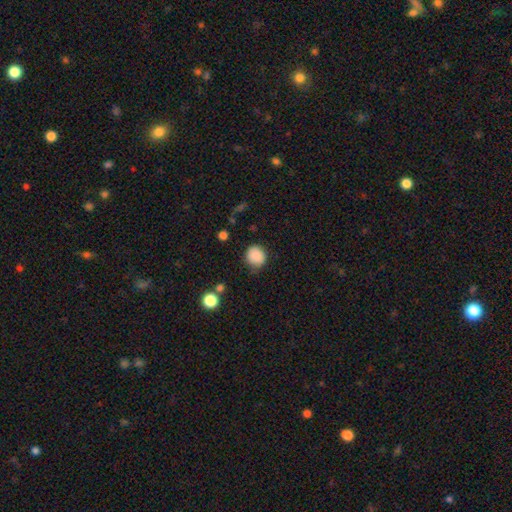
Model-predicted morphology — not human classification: Smooth or featured: smooth — 87% (star or artifact — 9%)
How rounded: round — 85% (in between — 14%)
Merging: none — 78% (minor disturbance — 17%)